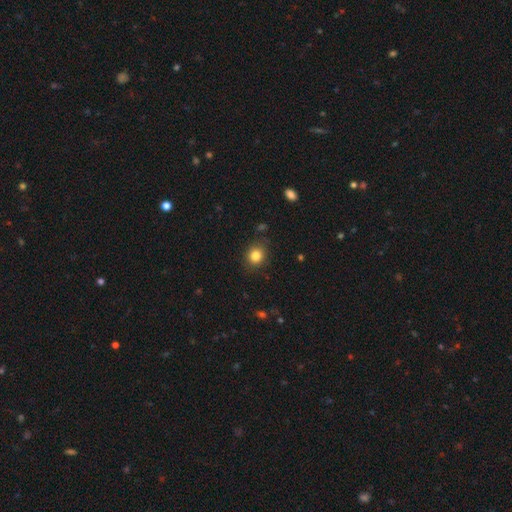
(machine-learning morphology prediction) The model was most divided on "how rounded": round: 77%, in between: 22%, cigar-shaped: 1%. More confident: merging — none (85%); smooth or featured — smooth (83%).